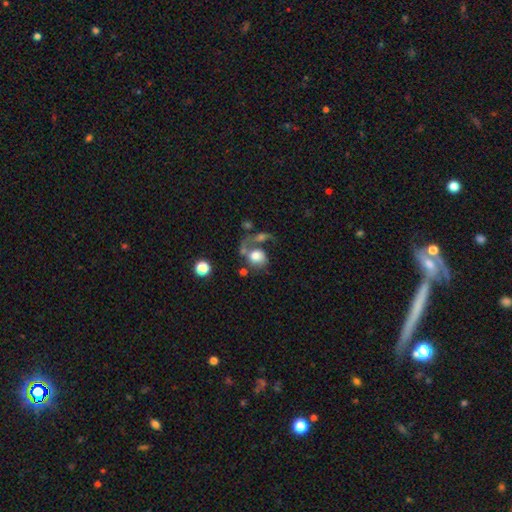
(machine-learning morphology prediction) Overall: smooth (55%; featured or disk 36%). How rounded: round (63%; in between 36%). Merging: major disturbance (37%; merger 29%).